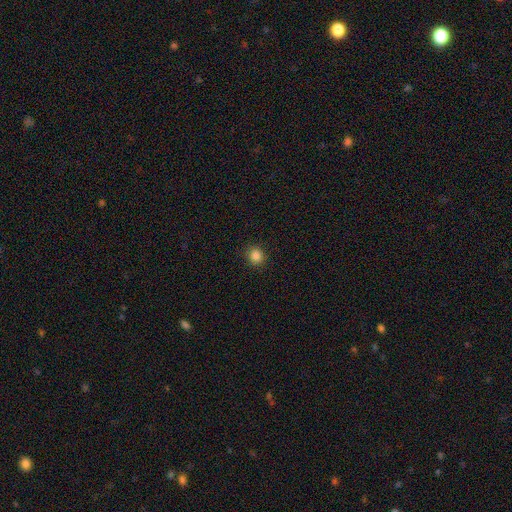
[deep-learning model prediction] This appears to be a smooth galaxy with no disk features (85%) that is round (83%). Merging: none (91%).